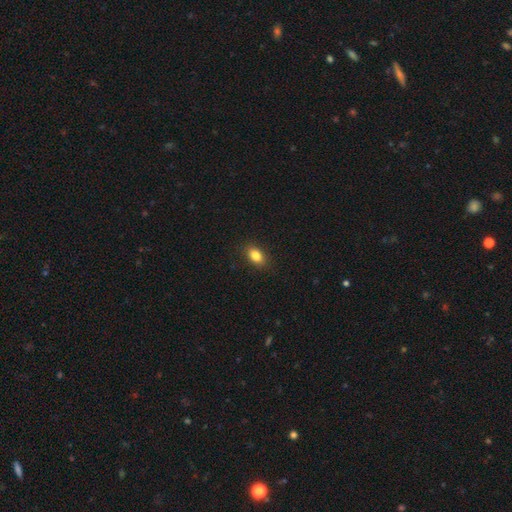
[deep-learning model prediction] Smooth or featured?
  - smooth: 84% *
  - star or artifact: 9%
  - featured or disk: 7%
How rounded?
  - in between: 84% *
  - round: 13%
  - cigar-shaped: 3%
Merging?
  - none: 88% *
  - minor disturbance: 9%
  - major disturbance: 2%
  - merger: 1%